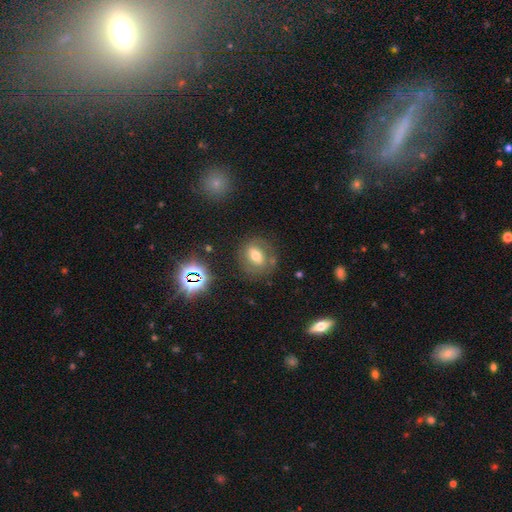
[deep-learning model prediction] Overall: smooth (53%; featured or disk 32%). How rounded: round (50%; in between 48%). Merging: none (74%).